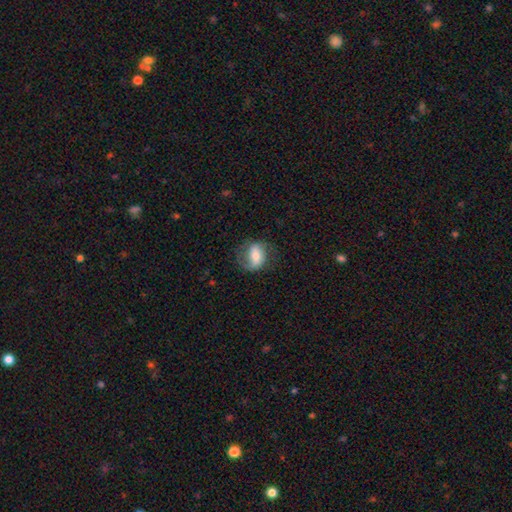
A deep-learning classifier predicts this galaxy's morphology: Smooth or featured? featured or disk (46%, tied with smooth)
Merging? none (64%)